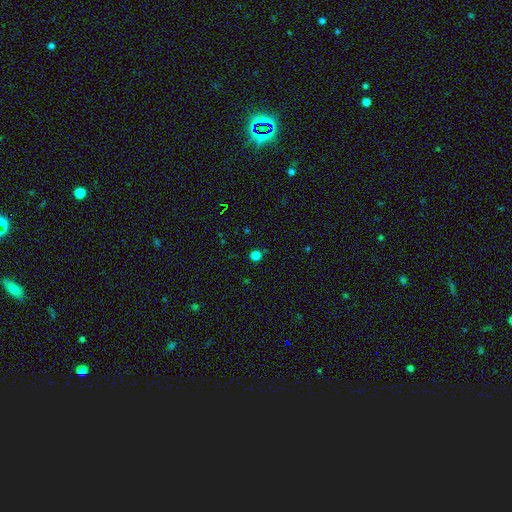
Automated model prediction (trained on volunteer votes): smooth 79%, star or artifact 17%, featured or disk 3%. Down the decision tree: how rounded — round (94%); merging — none (88%).